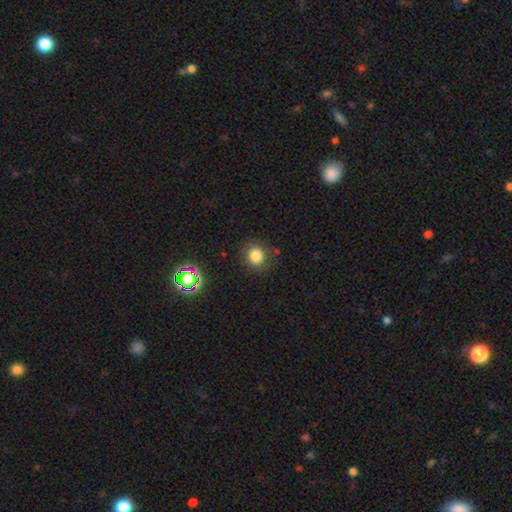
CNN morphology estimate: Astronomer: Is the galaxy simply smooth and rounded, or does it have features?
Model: smooth — 80%.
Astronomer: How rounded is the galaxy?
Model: round — 86%.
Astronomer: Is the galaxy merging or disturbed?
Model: none — 84%.